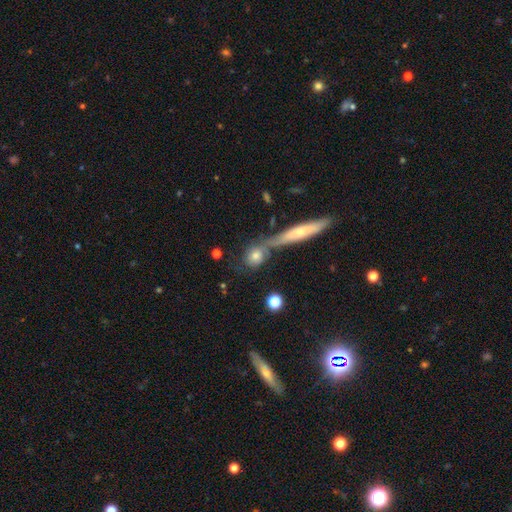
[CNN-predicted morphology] Q: Smooth or featured?
A: smooth (68%); runner-up: featured or disk (22%)
Q: How rounded?
A: round (63%); runner-up: in between (24%)
Q: Merging?
A: none (55%); runner-up: merger (27%)